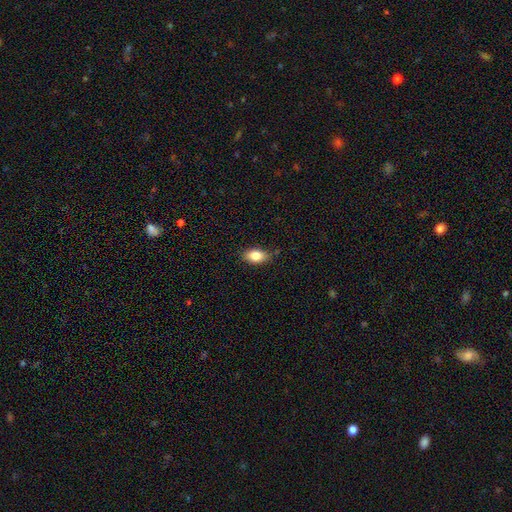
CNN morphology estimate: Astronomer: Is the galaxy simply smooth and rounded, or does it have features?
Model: smooth — 84%.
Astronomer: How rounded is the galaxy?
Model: in between — 88%.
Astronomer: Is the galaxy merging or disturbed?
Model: none — 78%.